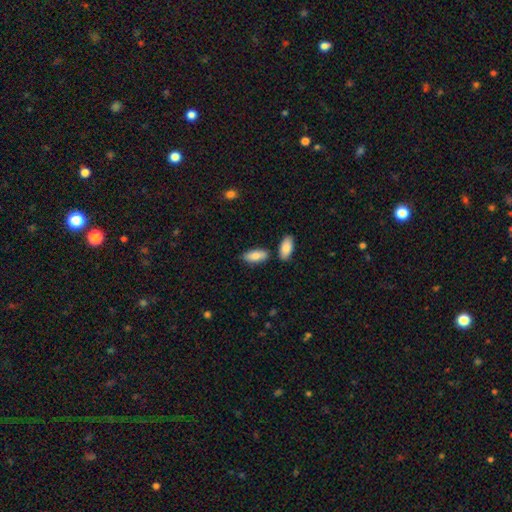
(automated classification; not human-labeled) Smooth or featured?
  - smooth: 83% *
  - featured or disk: 11%
  - star or artifact: 6%
How rounded?
  - in between: 87% *
  - cigar-shaped: 11%
  - round: 2%
Merging?
  - none: 74% *
  - minor disturbance: 13%
  - merger: 10%
  - major disturbance: 3%